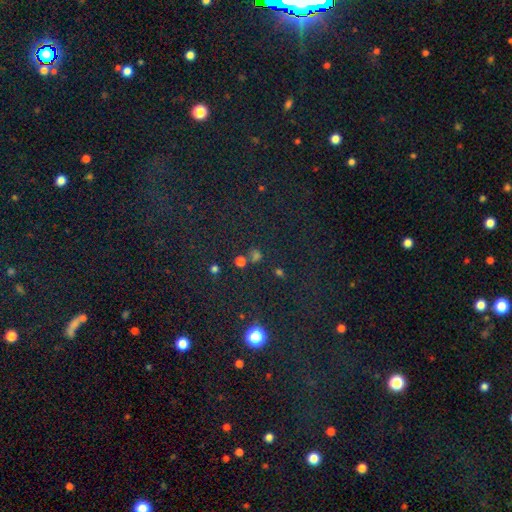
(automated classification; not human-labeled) Q: Smooth or featured?
A: star or artifact (48%); runner-up: smooth (43%)